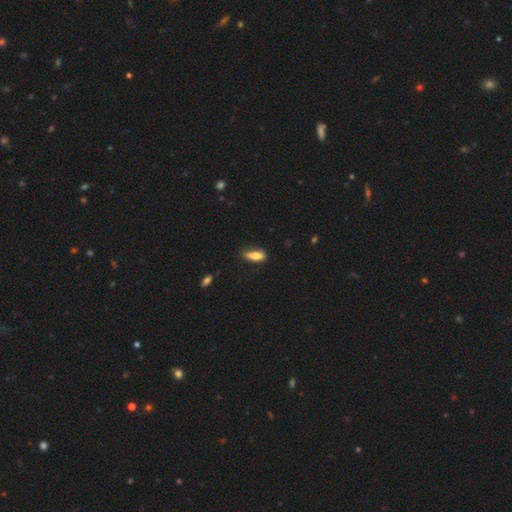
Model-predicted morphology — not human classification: This is likely a smooth galaxy (74%). How rounded: likely in between (64%). Merging: likely none (67%).